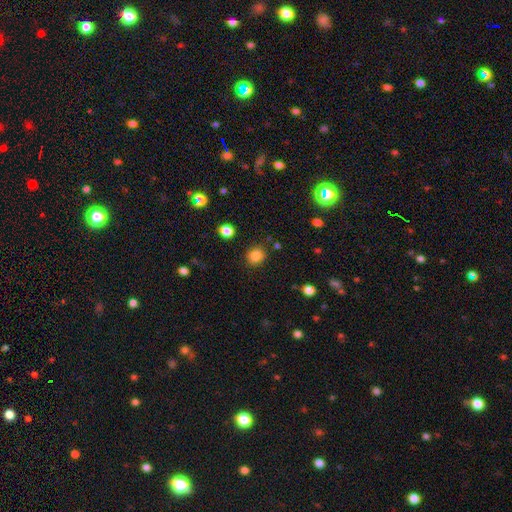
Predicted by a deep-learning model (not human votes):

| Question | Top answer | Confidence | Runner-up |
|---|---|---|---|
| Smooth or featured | smooth | 84% | star or artifact (11%) |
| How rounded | round | 75% | in between (24%) |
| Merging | none | 86% | minor disturbance (9%) |